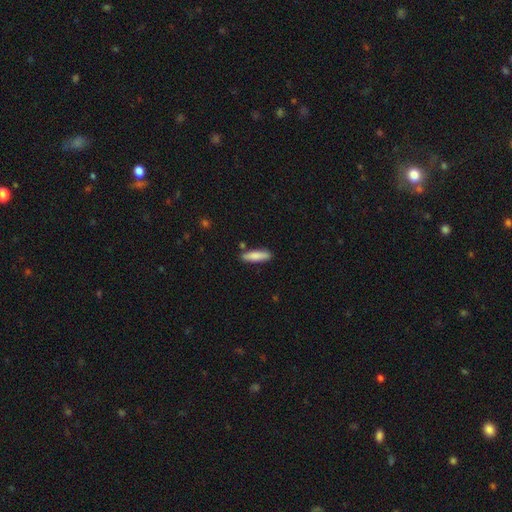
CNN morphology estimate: type=smooth (83%); roundness=cigar-shaped (64%); merging=none (82%).